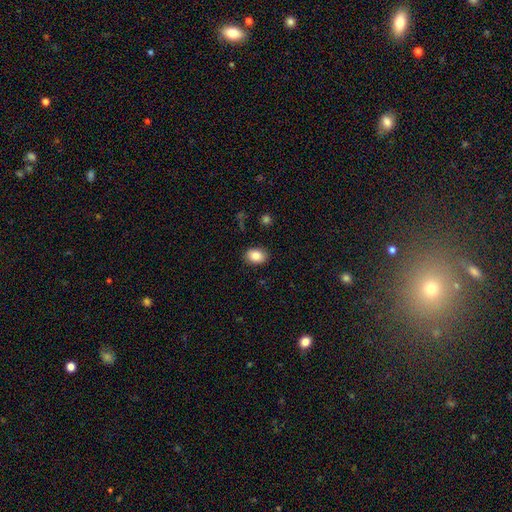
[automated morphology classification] Smooth or featured? smooth (86%)
How rounded? in between (72%)
Merging? none (88%)